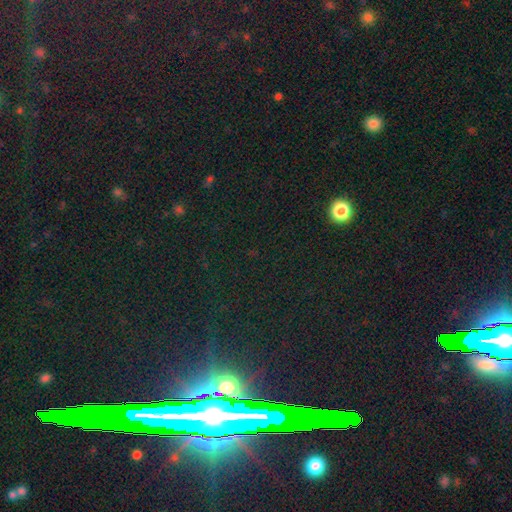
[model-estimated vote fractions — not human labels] Smooth or featured? Predicted: star or artifact (p=0.81).